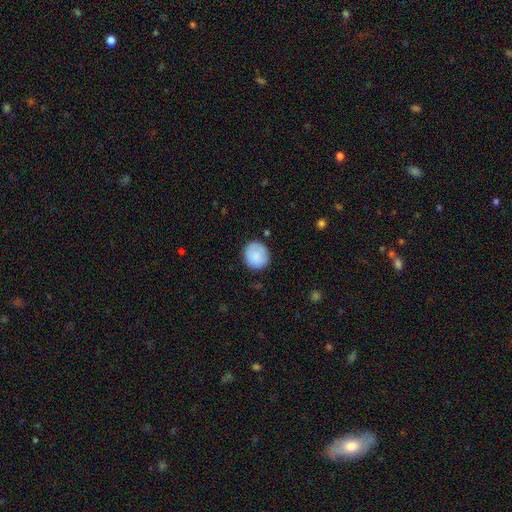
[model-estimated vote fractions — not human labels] Q: Smooth or featured?
A: smooth (88%); runner-up: star or artifact (7%)
Q: How rounded?
A: round (85%); runner-up: in between (14%)
Q: Merging?
A: none (85%); runner-up: minor disturbance (11%)